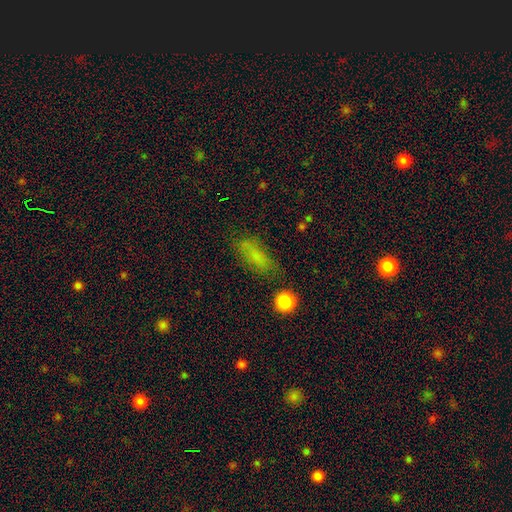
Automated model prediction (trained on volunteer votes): A smooth galaxy with no disk features (71%) that is in between round and cigar-shaped (64%). Merging: none (66%).